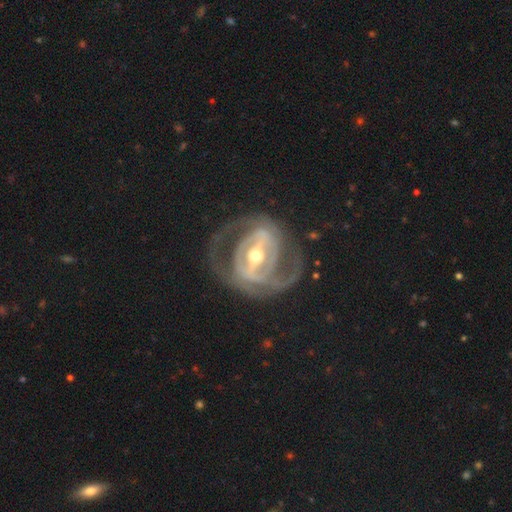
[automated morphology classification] featured or disk 88%, smooth 6%, star or artifact 6%. Down the decision tree: edge-on disk — no (95%); bar — strong (64%); spiral arms — yes (90%); spiral arm count — 2 (66%); spiral winding — tight (49%); bulge size — moderate (62%); merging — none (68%).